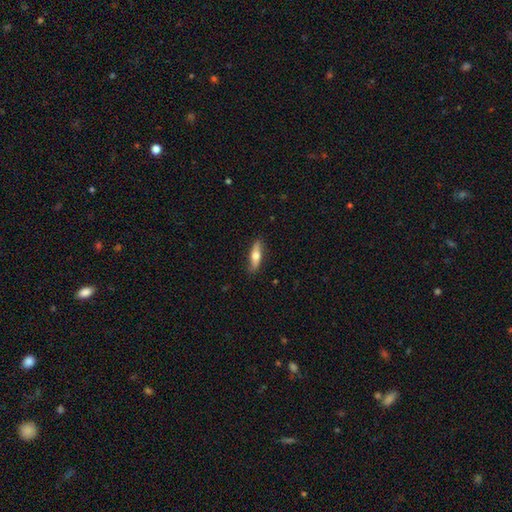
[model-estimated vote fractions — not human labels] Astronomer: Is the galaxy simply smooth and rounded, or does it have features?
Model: smooth — 53% (runner-up: featured or disk, 41%).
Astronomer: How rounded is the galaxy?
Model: cigar-shaped — 62%.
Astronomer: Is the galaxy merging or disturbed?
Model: none — 85%.